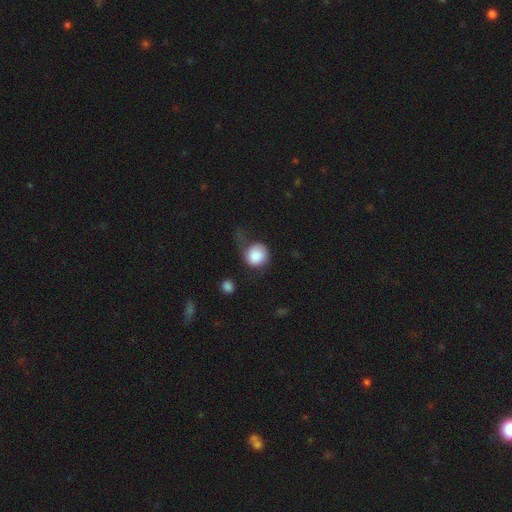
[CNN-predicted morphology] This appears to be a smooth galaxy with no disk features (84%) that is round (83%). Merging: none (35%).